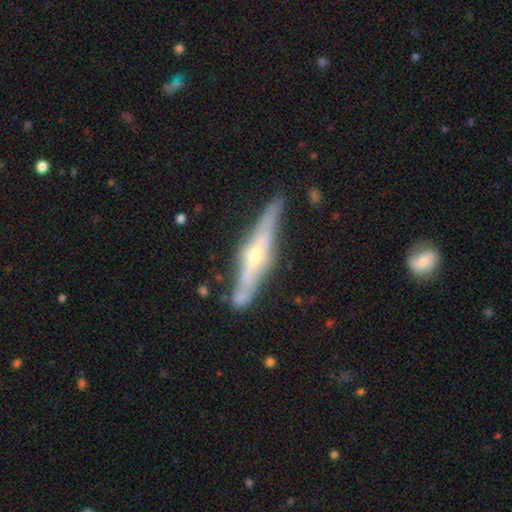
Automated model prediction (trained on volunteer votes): Q: Smooth or featured?
A: featured or disk (76%); runner-up: smooth (18%)
Q: Edge-on disk?
A: yes (87%); runner-up: no (13%)
Q: Edge-on bulge?
A: rounded (82%); runner-up: none (11%)
Q: Merging?
A: none (73%); runner-up: minor disturbance (17%)